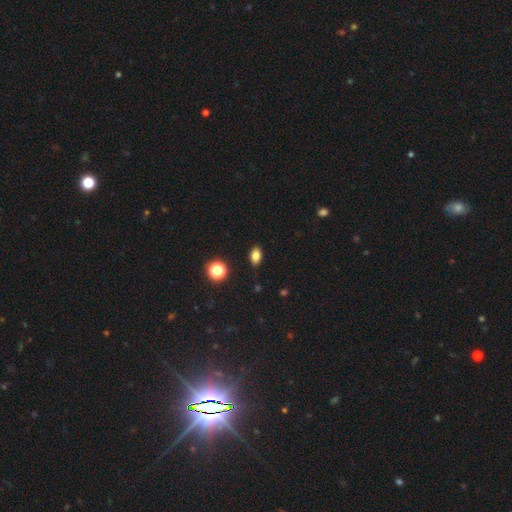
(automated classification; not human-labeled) A smooth galaxy with no disk features (81%) that is in between round and cigar-shaped (85%). Merging: none (87%).